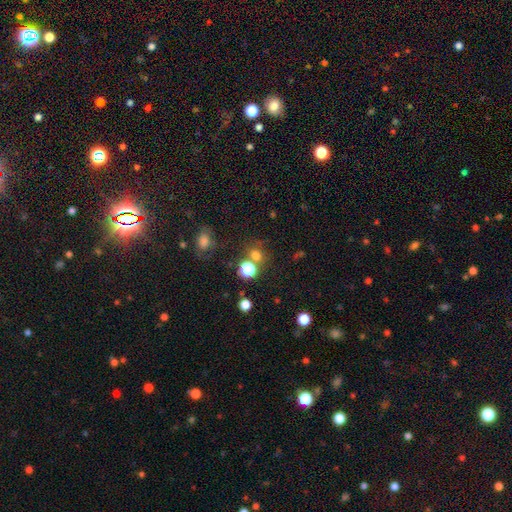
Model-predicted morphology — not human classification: This appears to be a smooth galaxy with no disk features (64%) that is round (81%). Merging: none (67%).